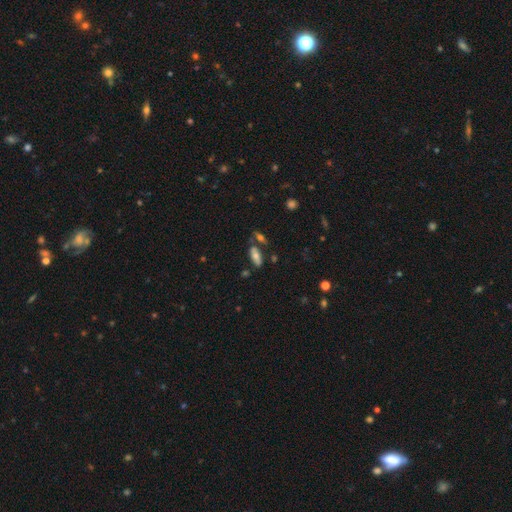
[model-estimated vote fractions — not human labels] A smooth galaxy with no disk features (65%) that is in between round and cigar-shaped (80%).

Vote fractions:
- Smooth or featured? smooth: 65% / featured or disk: 26% / star or artifact: 10%
- How rounded? in between: 80% / cigar-shaped: 17% / round: 3%
- Merging? none: 61% / merger: 18% / minor disturbance: 15% / major disturbance: 5%